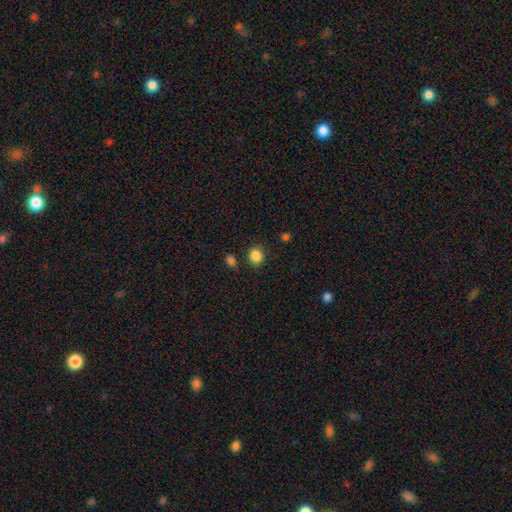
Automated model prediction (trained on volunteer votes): smooth 87%, star or artifact 10%, featured or disk 3%. Down the decision tree: how rounded — round (72%); merging — none (82%).